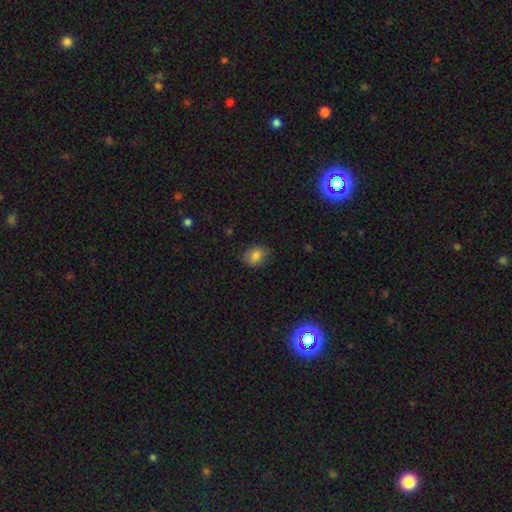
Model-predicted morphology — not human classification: A smooth galaxy with no disk features (83%) that is in between round and cigar-shaped (57%).

Vote fractions:
- Smooth or featured? smooth: 83% / star or artifact: 9% / featured or disk: 7%
- How rounded? in between: 57% / round: 42% / cigar-shaped: 1%
- Merging? none: 80% / minor disturbance: 16% / major disturbance: 3% / merger: 1%